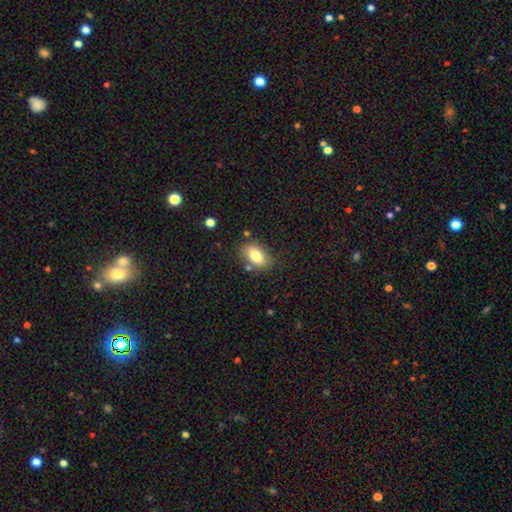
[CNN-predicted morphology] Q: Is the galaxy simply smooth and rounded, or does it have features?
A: smooth — 80%.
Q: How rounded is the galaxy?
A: in between — 88%.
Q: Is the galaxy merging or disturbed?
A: none — 77%.